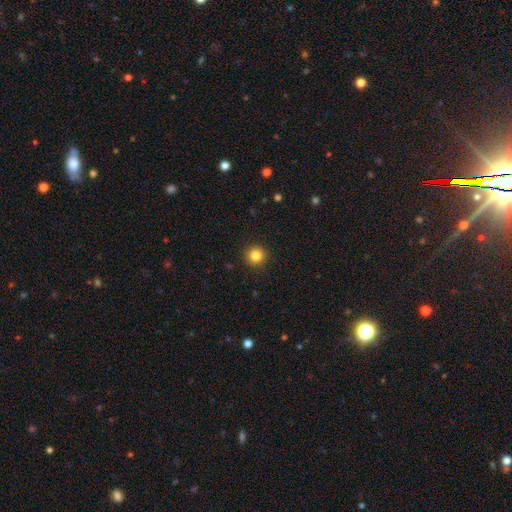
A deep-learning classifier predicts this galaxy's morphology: This appears to be a smooth galaxy with no disk features (83%) that is round (95%). Merging: none (92%).